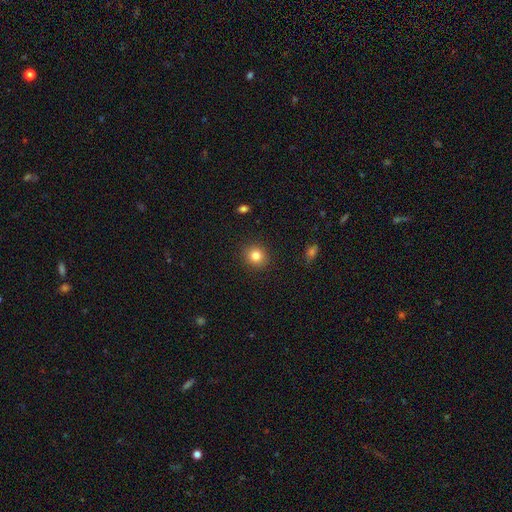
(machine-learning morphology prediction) A smooth galaxy with no disk features (83%) that is round (85%).

Vote fractions:
- Smooth or featured? smooth: 83% / star or artifact: 11% / featured or disk: 6%
- How rounded? round: 85% / in between: 14% / cigar-shaped: 1%
- Merging? none: 90% / minor disturbance: 6% / major disturbance: 2% / merger: 1%